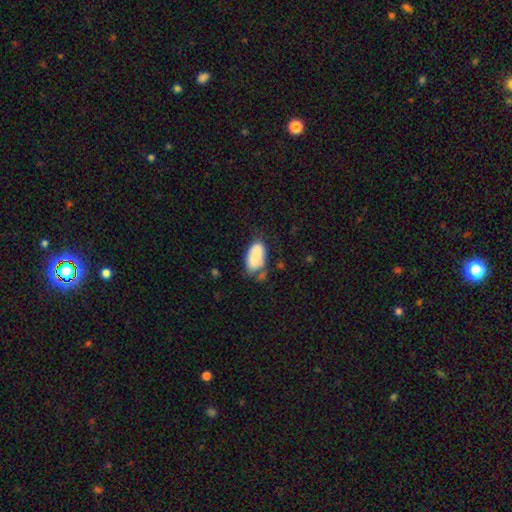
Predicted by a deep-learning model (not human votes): Smooth or featured? Predicted: smooth (p=0.74). How rounded? Predicted: in between (p=0.94). Merging? Predicted: none (p=0.47).